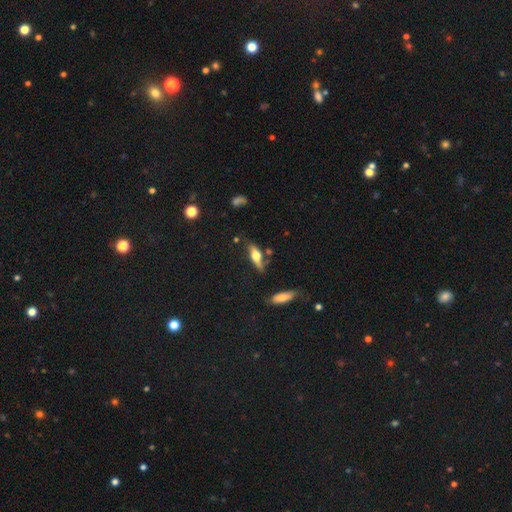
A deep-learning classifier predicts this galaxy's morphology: Smooth or featured? smooth (51%)
How rounded? in between (51%)
Merging? none (59%)